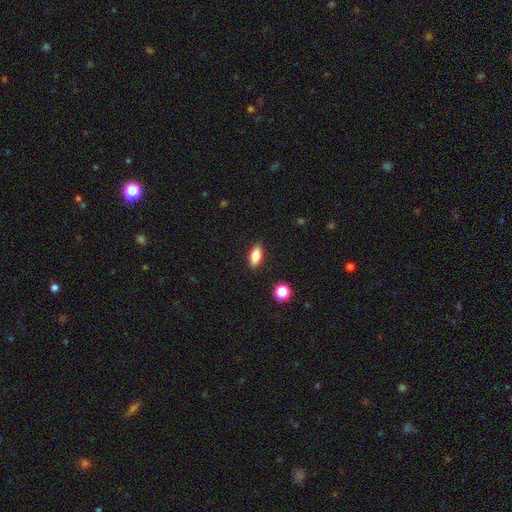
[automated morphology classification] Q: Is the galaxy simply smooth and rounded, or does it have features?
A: smooth — 80%.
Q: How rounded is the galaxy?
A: in between — 81%.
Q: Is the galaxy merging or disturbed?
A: none — 89%.